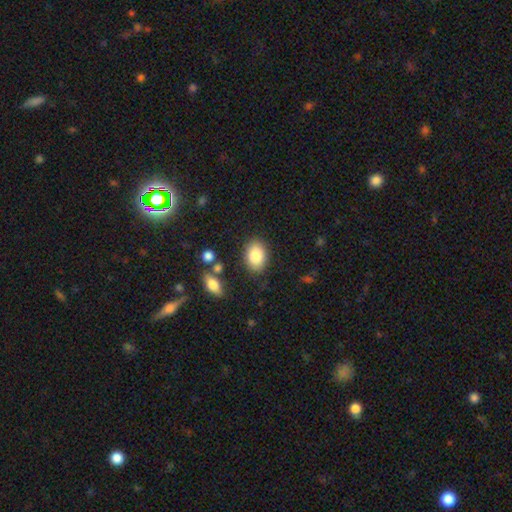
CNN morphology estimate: smooth 86%, star or artifact 7%, featured or disk 7%. Down the decision tree: how rounded — in between (81%); merging — none (83%).